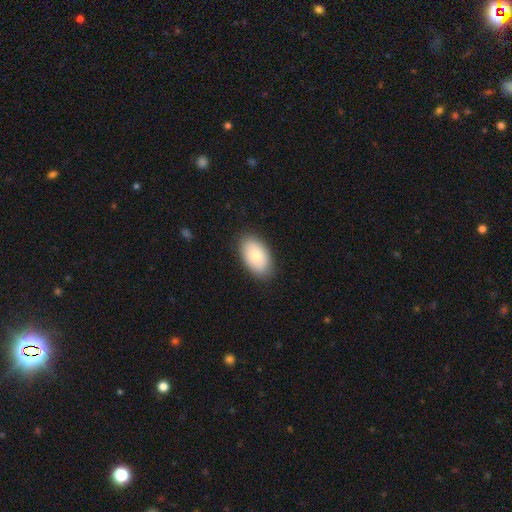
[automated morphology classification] This is likely a smooth galaxy (74%). How rounded: clearly in between (92%). Merging: clearly none (86%).